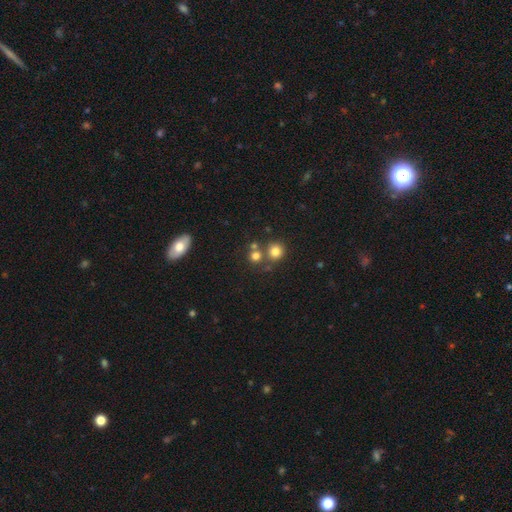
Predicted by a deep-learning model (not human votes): Smooth or featured? Predicted: smooth (p=0.75). How rounded? Predicted: round (p=0.88). Merging? Predicted: none (p=0.60).